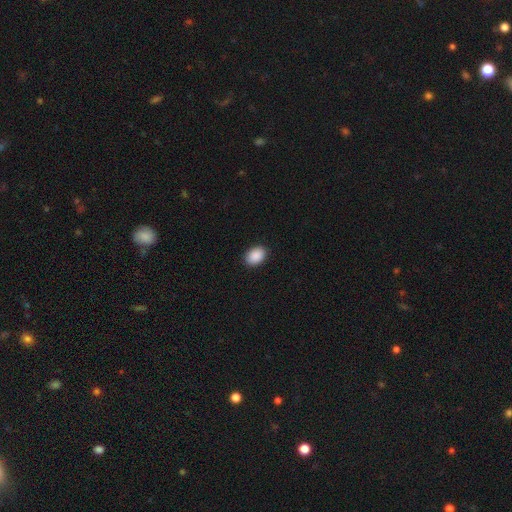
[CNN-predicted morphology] smooth-or-featured: smooth: 90% | star or artifact: 7% | featured or disk: 3%
  how-rounded: in between: 78% | round: 21% | cigar-shaped: 1%
  merging: none: 90% | minor disturbance: 7% | major disturbance: 2% | merger: 1%